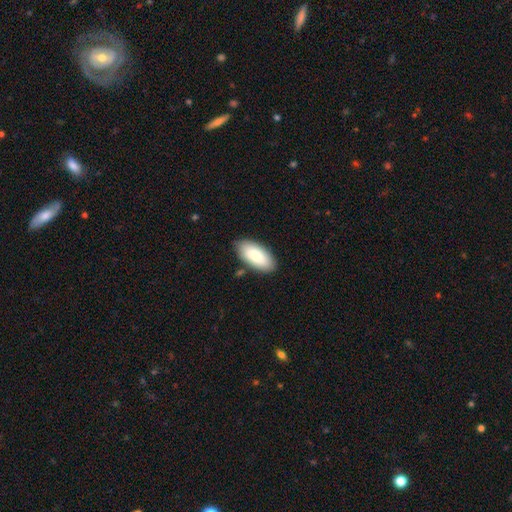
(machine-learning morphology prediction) A smooth galaxy with no disk features (85%) that is in between round and cigar-shaped (92%).

Vote fractions:
- Smooth or featured? smooth: 85% / featured or disk: 9% / star or artifact: 6%
- How rounded? in between: 92% / cigar-shaped: 6% / round: 2%
- Merging? none: 83% / minor disturbance: 12% / major disturbance: 2% / merger: 2%